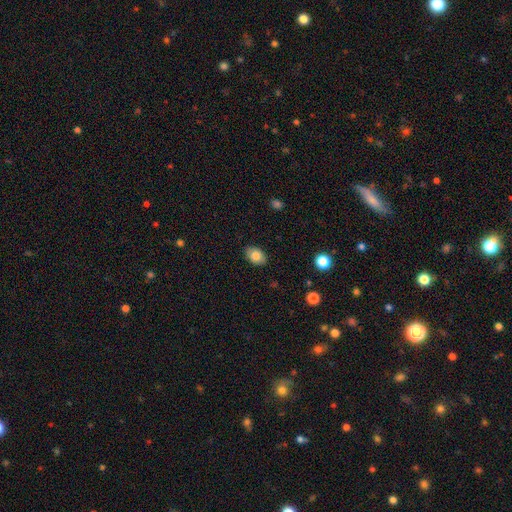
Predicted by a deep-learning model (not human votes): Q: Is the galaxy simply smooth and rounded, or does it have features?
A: smooth — 82%.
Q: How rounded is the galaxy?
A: in between — 82%.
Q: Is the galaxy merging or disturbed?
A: none — 87%.